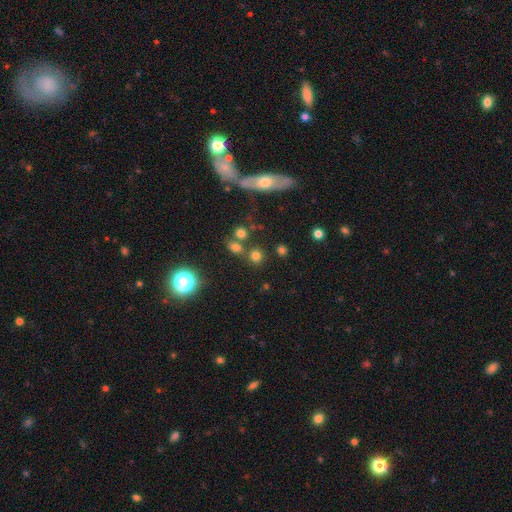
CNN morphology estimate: This appears to be a smooth galaxy with no disk features (70%) that is round (88%). Merging: none (74%).